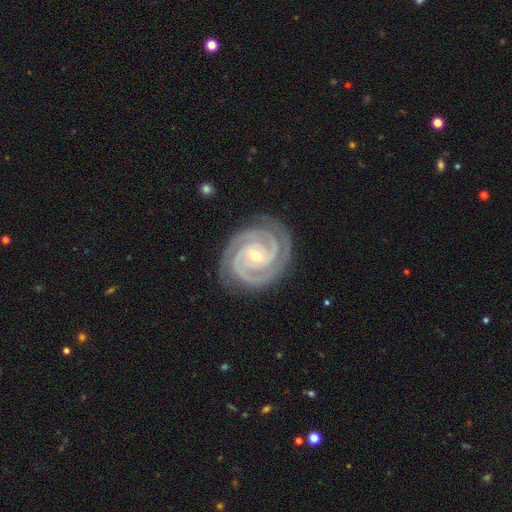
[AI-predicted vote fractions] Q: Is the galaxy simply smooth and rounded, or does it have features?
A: featured or disk — 94%.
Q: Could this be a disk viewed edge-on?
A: no — 98%.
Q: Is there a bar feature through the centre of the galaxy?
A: no — 48%.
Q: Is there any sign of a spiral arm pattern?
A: yes — 99%.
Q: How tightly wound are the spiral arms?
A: tight — 84%.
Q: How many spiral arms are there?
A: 2 — 43%.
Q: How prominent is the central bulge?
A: small — 52%.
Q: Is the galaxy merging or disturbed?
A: none — 84%.